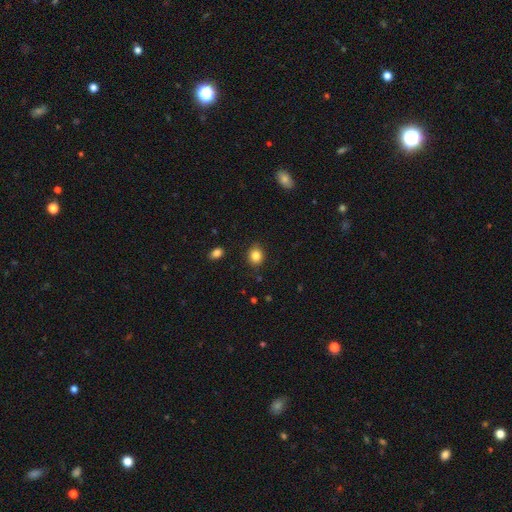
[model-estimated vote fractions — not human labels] A smooth galaxy with no disk features (85%) that is round (71%). Merging: none (87%).